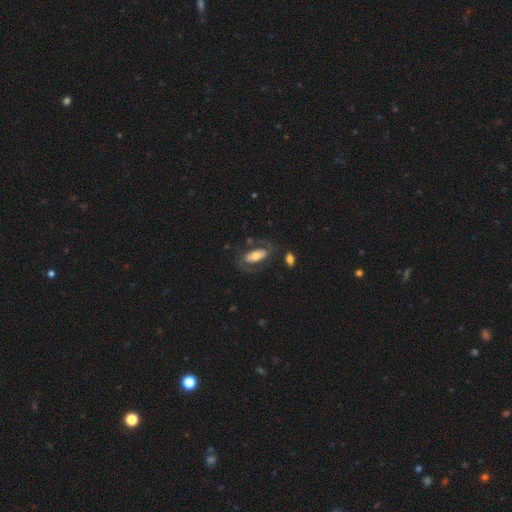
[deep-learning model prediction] A featured or disk galaxy (53%). Merging: none (64%).